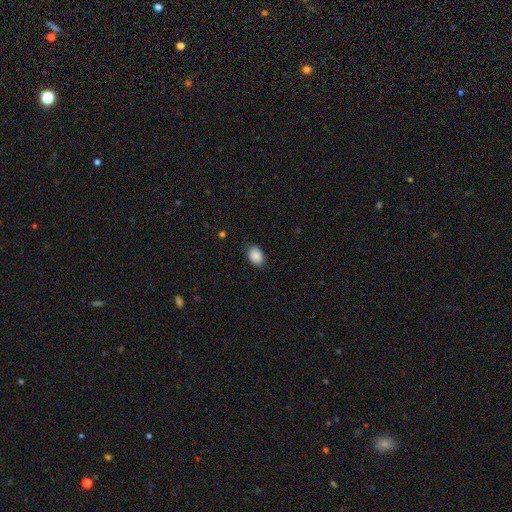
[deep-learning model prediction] smooth 89%, star or artifact 7%, featured or disk 4%. Down the decision tree: how rounded — in between (78%); merging — none (80%).